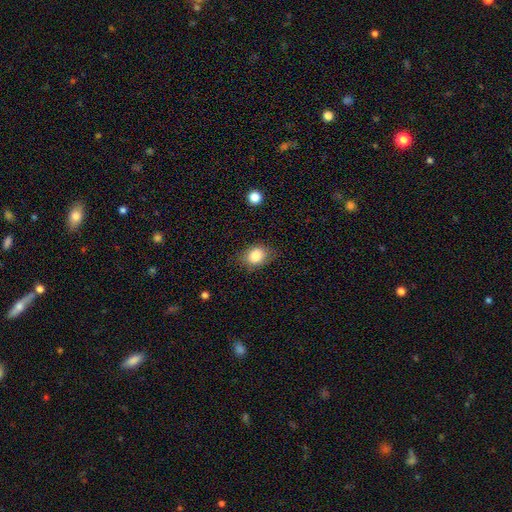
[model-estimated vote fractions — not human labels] Smooth or featured: smooth — 84% (star or artifact — 9%)
How rounded: in between — 62% (round — 37%)
Merging: none — 76% (minor disturbance — 18%)